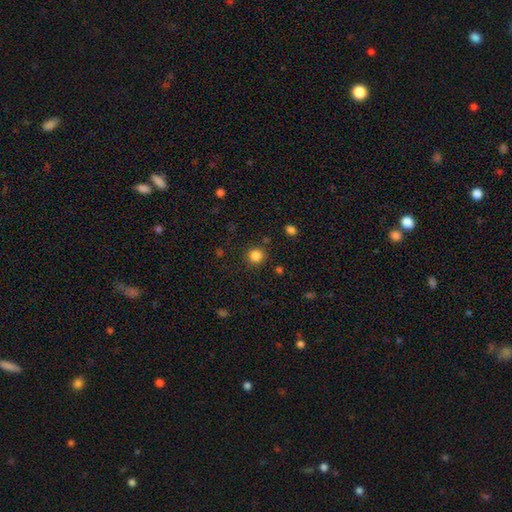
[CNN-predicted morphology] Overall: smooth (84%). How rounded: round (92%). Merging: none (87%).